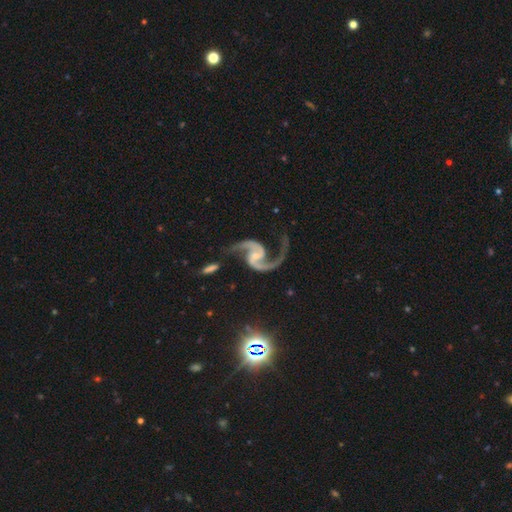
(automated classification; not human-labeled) Smooth or featured: featured or disk — 94% (star or artifact — 4%)
Edge-on disk: no — 98% (yes — 2%)
Bar: no — 47% (weak — 40%)
Spiral arms: yes — 98% (no — 2%)
Spiral winding: loose — 57% (medium — 37%)
Spiral arm count: 2 — 94% (1 — 2%)
Bulge size: small — 63% (moderate — 24%)
Merging: none — 66% (minor disturbance — 17%)